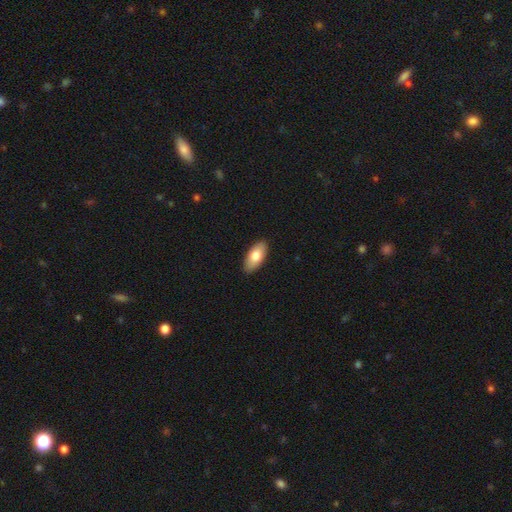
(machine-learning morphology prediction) smooth-or-featured: smooth: 78% | featured or disk: 17% | star or artifact: 6%
  how-rounded: in between: 91% | cigar-shaped: 7% | round: 2%
  merging: none: 89% | minor disturbance: 8% | major disturbance: 2% | merger: 1%